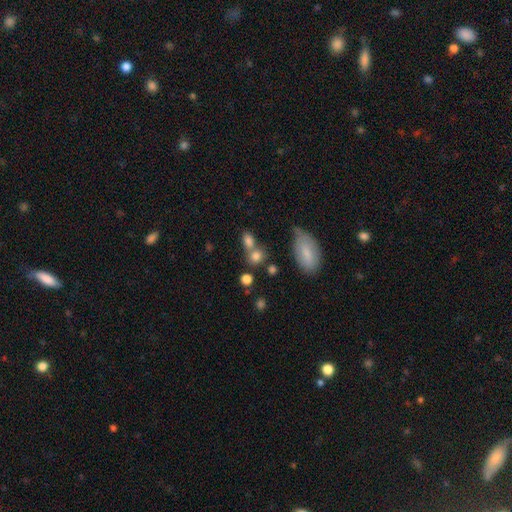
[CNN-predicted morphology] type=smooth (78%); roundness=round (60%); merging=none (46%).